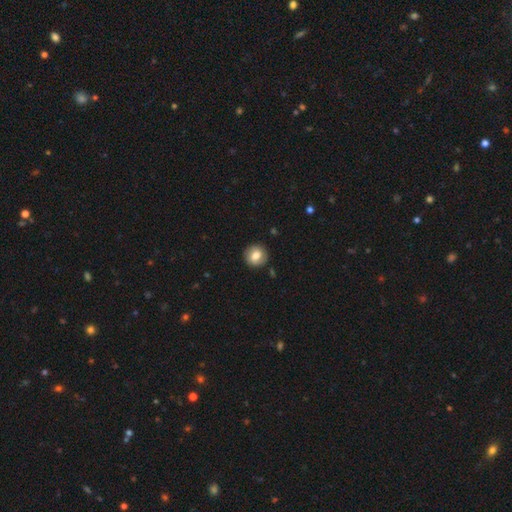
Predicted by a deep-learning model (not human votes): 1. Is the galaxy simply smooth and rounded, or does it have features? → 74% smooth, 18% featured or disk, 8% star or artifact.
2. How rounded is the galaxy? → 87% round, 12% in between, 1% cigar-shaped.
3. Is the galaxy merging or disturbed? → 88% none, 9% minor disturbance, 2% major disturbance, 1% merger.